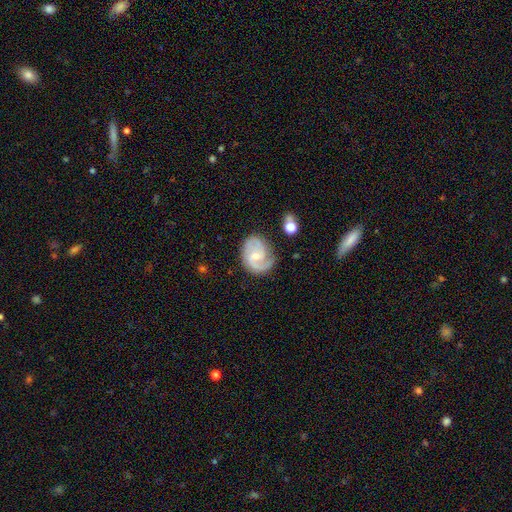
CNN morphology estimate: Smooth or featured? Predicted: featured or disk (p=0.86). Edge-on disk? Predicted: no (p=0.98). Bar? Predicted: no (p=0.50). Spiral arms? Predicted: yes (p=0.97). Spiral winding? Predicted: medium (p=0.52). Spiral arm count? Predicted: 2 (p=0.79). Bulge size? Predicted: small (p=0.58). Merging? Predicted: none (p=0.72).